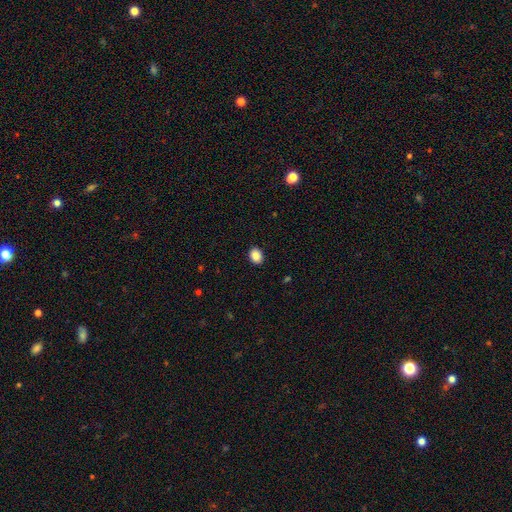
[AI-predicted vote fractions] The model was most divided on "how rounded": in between: 60%, round: 39%, cigar-shaped: 1%. More confident: merging — none (91%); smooth or featured — smooth (89%).